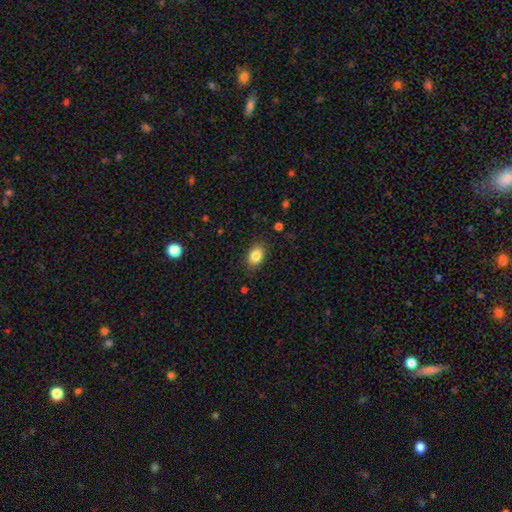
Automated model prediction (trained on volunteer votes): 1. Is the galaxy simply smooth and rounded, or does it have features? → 85% smooth, 8% star or artifact, 6% featured or disk.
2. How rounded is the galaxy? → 81% in between, 18% round, 1% cigar-shaped.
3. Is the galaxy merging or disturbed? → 85% none, 11% minor disturbance, 3% major disturbance, 1% merger.